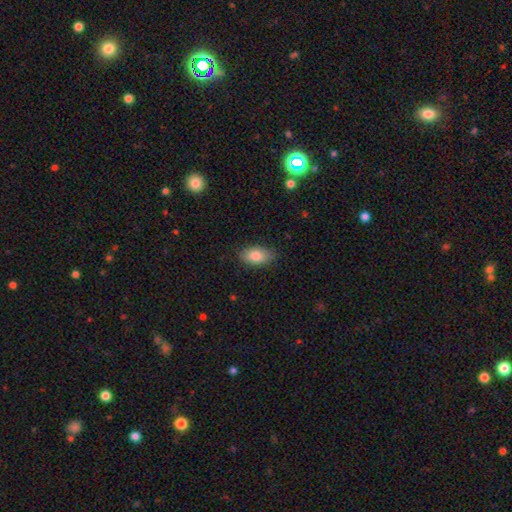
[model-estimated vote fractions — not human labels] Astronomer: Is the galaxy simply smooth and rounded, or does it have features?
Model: smooth — 84%.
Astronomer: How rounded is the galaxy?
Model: in between — 91%.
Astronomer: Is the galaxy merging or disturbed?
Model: none — 83%.